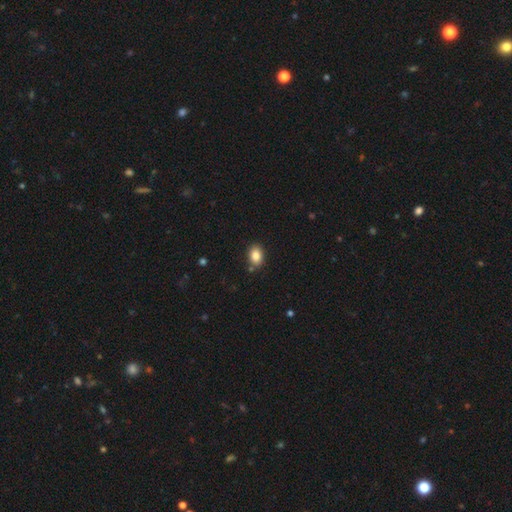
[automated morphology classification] smooth_or_featured: smooth (p=0.85) [alt: star or artifact p=0.09]
how_rounded: in between (p=0.73) [alt: round p=0.25]
merging: none (p=0.83) [alt: minor disturbance p=0.11]